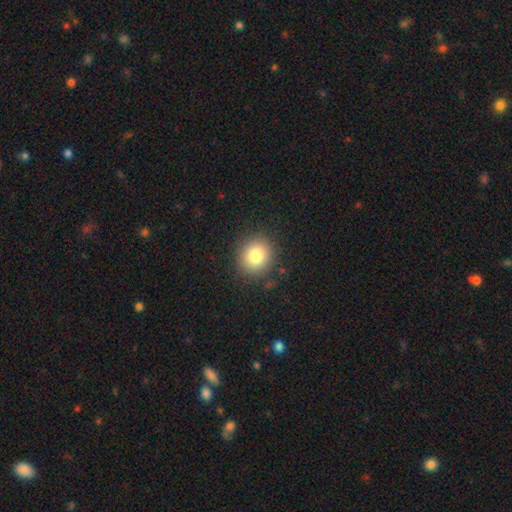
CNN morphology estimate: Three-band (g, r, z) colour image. It shows a smooth galaxy with no disk features (81%) that is round (83%). Merging: none (87%).